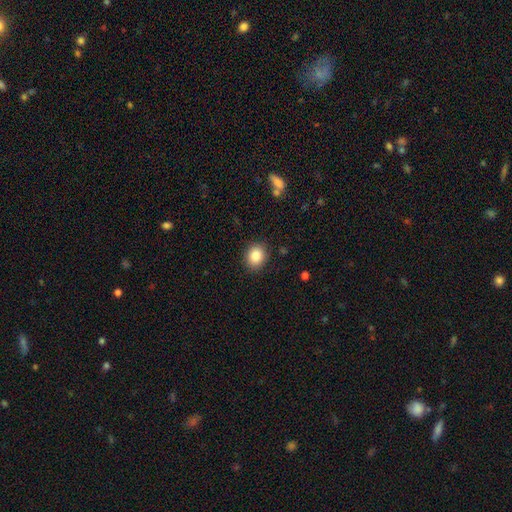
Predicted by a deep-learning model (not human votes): Smooth or featured? smooth (86%)
How rounded? round (66%)
Merging? none (88%)